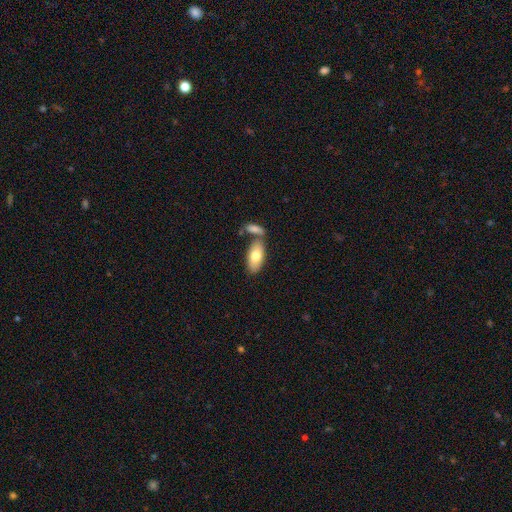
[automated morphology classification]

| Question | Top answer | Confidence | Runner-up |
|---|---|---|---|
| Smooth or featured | smooth | 76% | featured or disk (19%) |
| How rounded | in between | 92% | cigar-shaped (5%) |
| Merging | none | 58% | merger (27%) |